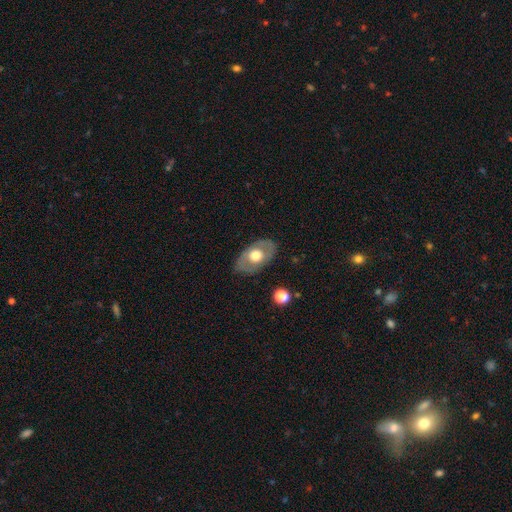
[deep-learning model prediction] A featured or disk galaxy (50%).

Vote fractions:
- Smooth or featured? featured or disk: 50% / smooth: 45% / star or artifact: 6%
- Merging? none: 81% / minor disturbance: 13% / major disturbance: 5% / merger: 1%